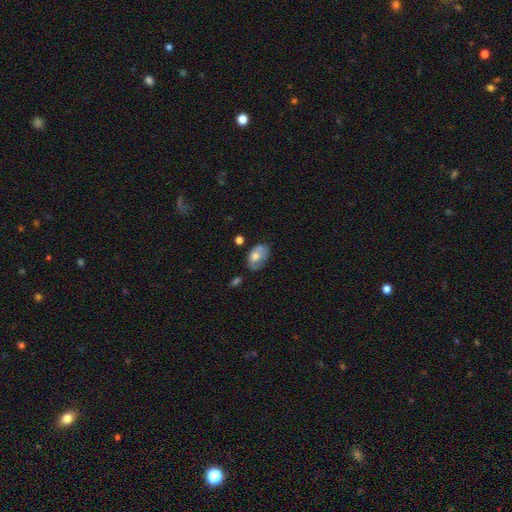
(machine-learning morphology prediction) A smooth galaxy with no disk features (59%) that is in between round and cigar-shaped (86%). Merging: none (48%).